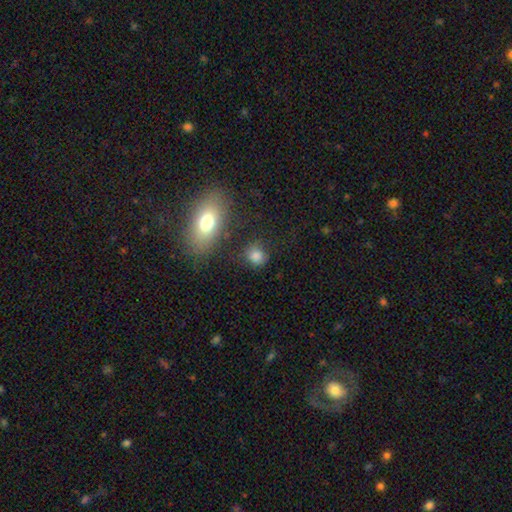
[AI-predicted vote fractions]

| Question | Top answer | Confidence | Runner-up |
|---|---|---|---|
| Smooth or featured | smooth | 82% | star or artifact (12%) |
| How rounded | round | 73% | in between (25%) |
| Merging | none | 72% | minor disturbance (16%) |